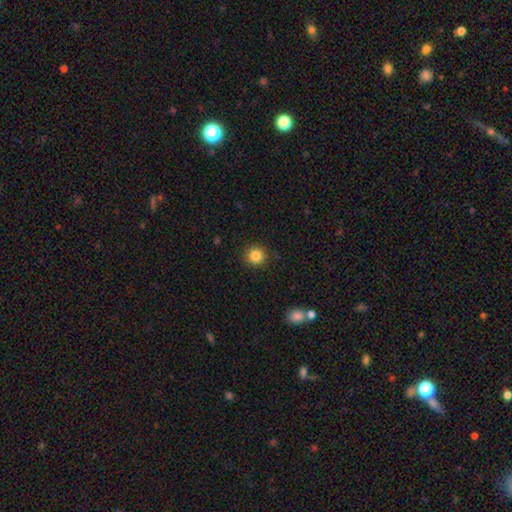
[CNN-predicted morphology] smooth-or-featured: smooth: 84% | star or artifact: 11% | featured or disk: 5%
  how-rounded: round: 93% | in between: 6% | cigar-shaped: 1%
  merging: none: 90% | minor disturbance: 6% | major disturbance: 2% | merger: 1%